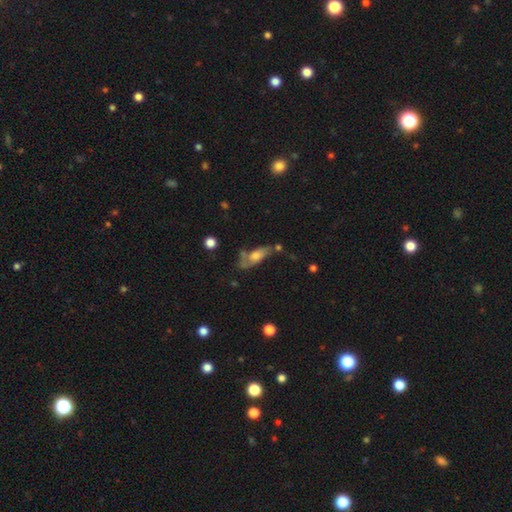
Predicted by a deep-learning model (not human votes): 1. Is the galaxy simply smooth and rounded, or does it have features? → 56% smooth, 34% featured or disk, 10% star or artifact.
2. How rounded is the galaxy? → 68% in between, 27% cigar-shaped, 5% round.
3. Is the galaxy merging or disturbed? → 43% none, 25% minor disturbance, 16% merger, 16% major disturbance.